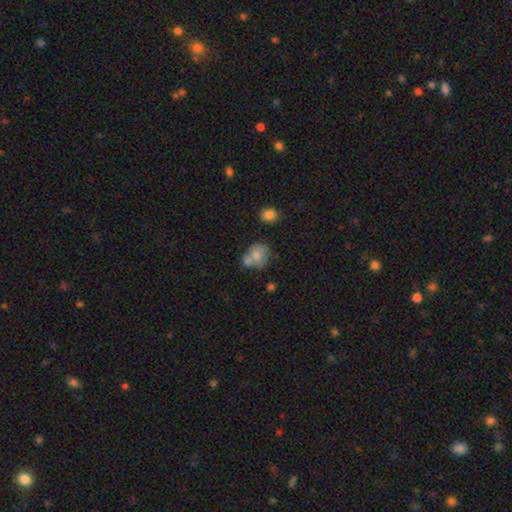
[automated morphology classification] smooth_or_featured: smooth (p=0.68) [alt: featured or disk p=0.23]
how_rounded: round (p=0.62) [alt: in between p=0.37]
merging: merger (p=0.39) [alt: none p=0.37]